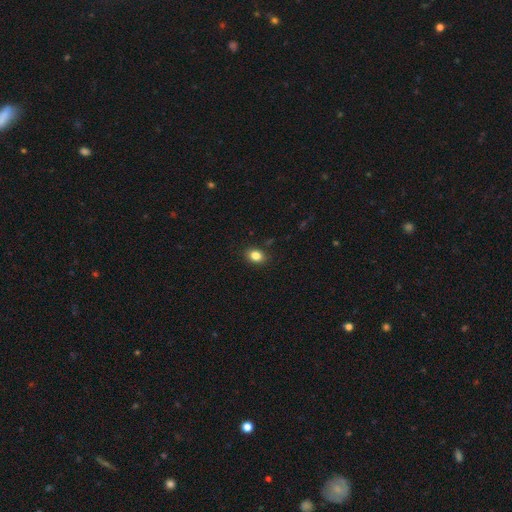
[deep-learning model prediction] smooth 84%, star or artifact 10%, featured or disk 6%. Down the decision tree: how rounded — in between (66%); merging — none (88%).